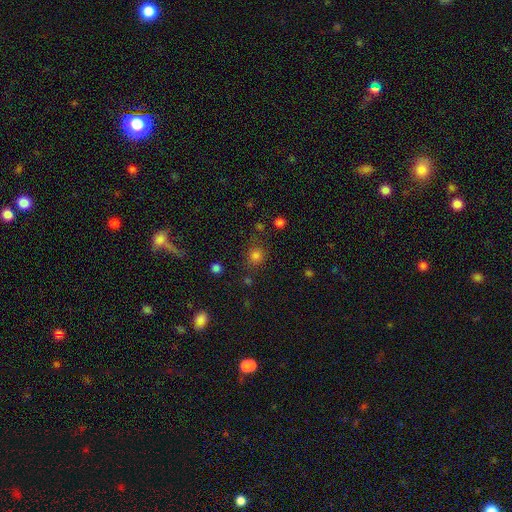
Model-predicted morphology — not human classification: Overall: smooth (79%). How rounded: round (86%). Merging: none (78%).